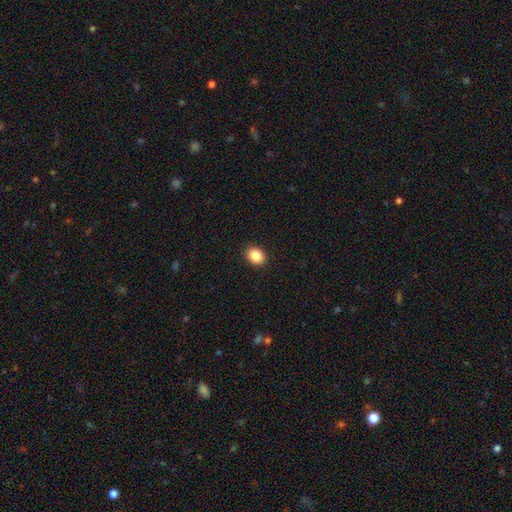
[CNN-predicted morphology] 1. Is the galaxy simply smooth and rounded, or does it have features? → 86% smooth, 9% star or artifact, 5% featured or disk.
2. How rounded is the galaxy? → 56% in between, 43% round, 1% cigar-shaped.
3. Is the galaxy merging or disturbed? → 91% none, 6% minor disturbance, 2% major disturbance, 1% merger.